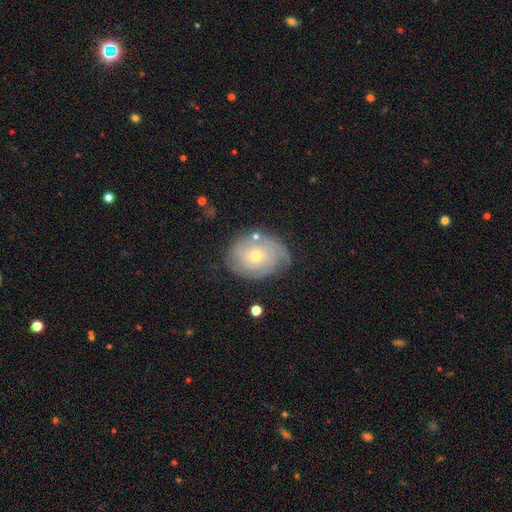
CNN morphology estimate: featured or disk 67%, smooth 25%, star or artifact 8%. Down the decision tree: edge-on disk — no (96%); bar — no (85%); spiral arms — yes (82%); spiral arm count — can't tell (46%); spiral winding — tight (72%); bulge size — small (58%); merging — none (68%).